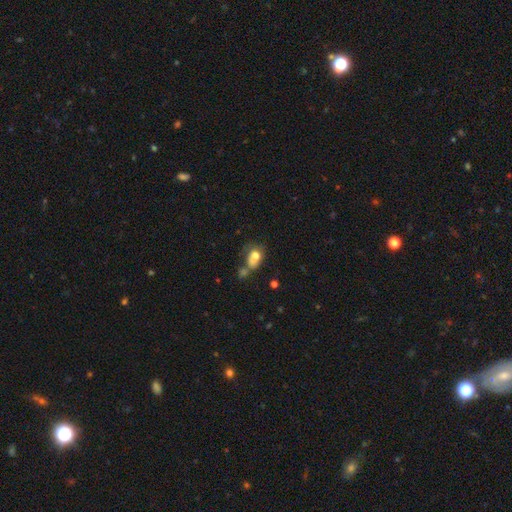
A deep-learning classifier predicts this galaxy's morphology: The model was most divided on "merging": merger: 47%, none: 22%, minor disturbance: 15%, major disturbance: 15%. More confident: smooth or featured — smooth (70%); how rounded — in between (68%).